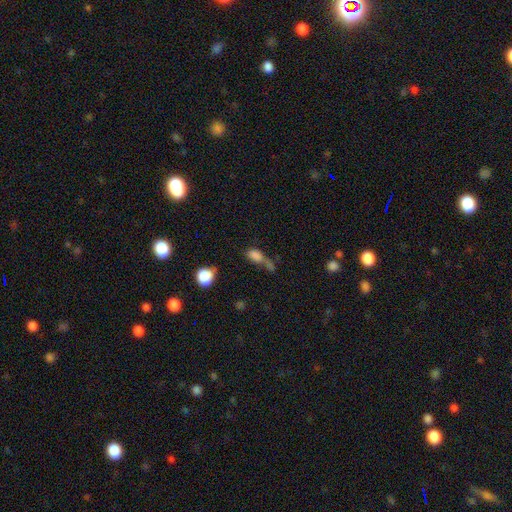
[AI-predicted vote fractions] This appears to be a smooth galaxy with no disk features (74%) that is in between round and cigar-shaped (73%). Merging: merger (36%).